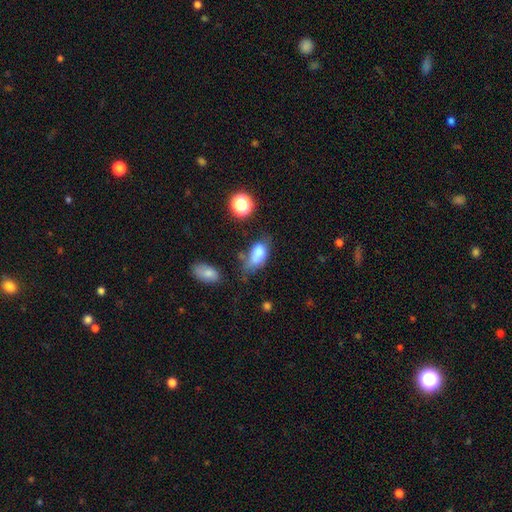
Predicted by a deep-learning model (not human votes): Smooth or featured? Predicted: smooth (p=0.76). How rounded? Predicted: in between (p=0.88). Merging? Predicted: minor disturbance (p=0.33).